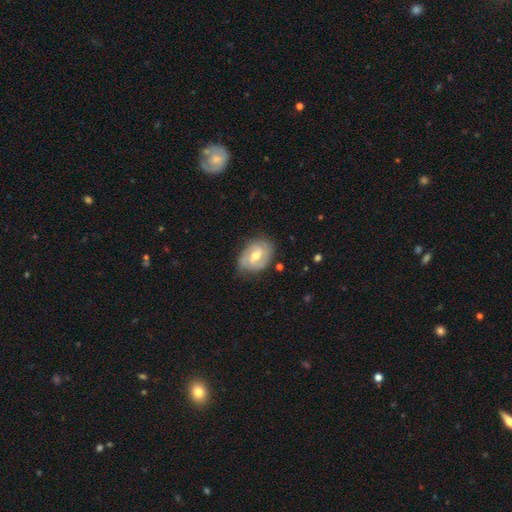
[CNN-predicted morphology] smooth_or_featured: featured or disk (p=0.76) [alt: smooth p=0.18]
disk_edge_on: no (p=0.96) [alt: yes p=0.04]
bar: weak (p=0.53) [alt: no p=0.29]
has_spiral_arms: yes (p=0.90) [alt: no p=0.10]
spiral_winding: tight (p=0.49) [alt: medium p=0.39]
spiral_arm_count: 2 (p=0.68) [alt: can't tell p=0.16]
bulge_size: moderate (p=0.69) [alt: small p=0.26]
merging: none (p=0.76) [alt: minor disturbance p=0.19]